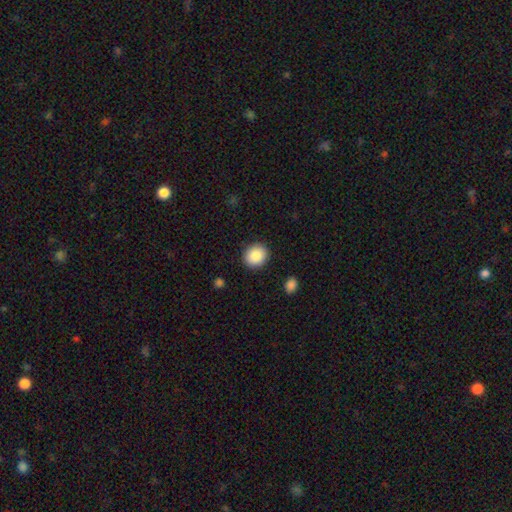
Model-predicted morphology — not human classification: Smooth or featured? smooth (88%)
How rounded? round (76%)
Merging? none (90%)